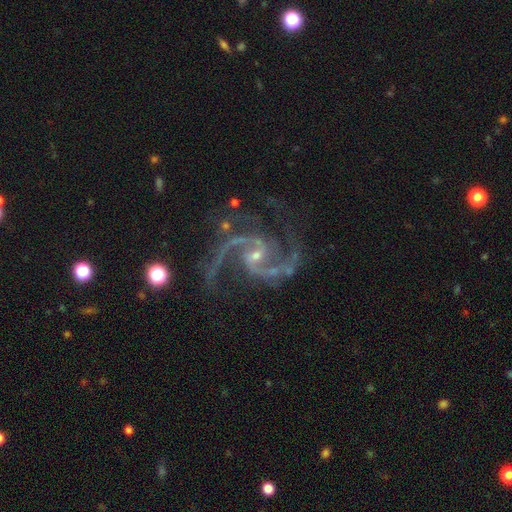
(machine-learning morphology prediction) smooth-or-featured: featured or disk: 93% | star or artifact: 5% | smooth: 2%
  disk-edge-on: no: 98% | yes: 2%
    bar: weak: 43% | no: 39% | strong: 18%
    has-spiral-arms: yes: 99% | no: 1%
      spiral-winding: medium: 63% | loose: 25% | tight: 12%
      spiral-arm-count: 2: 91% | 3: 3% | can't tell: 2% | 1: 1% | 4: 1% | more than 4: 1%
    bulge-size: small: 72% | moderate: 24% | none: 3% | large: 1% | dominant: 1%
  merging: none: 72% | minor disturbance: 16% | major disturbance: 10% | merger: 3%